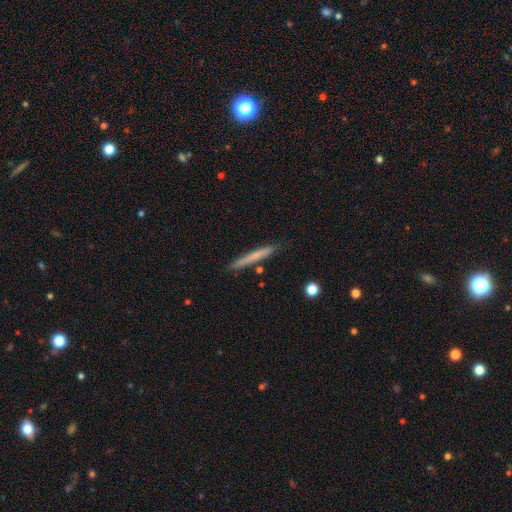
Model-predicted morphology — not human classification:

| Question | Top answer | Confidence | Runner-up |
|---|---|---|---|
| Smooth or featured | smooth | 65% | featured or disk (28%) |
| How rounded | cigar-shaped | 96% | in between (3%) |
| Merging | none | 85% | minor disturbance (11%) |